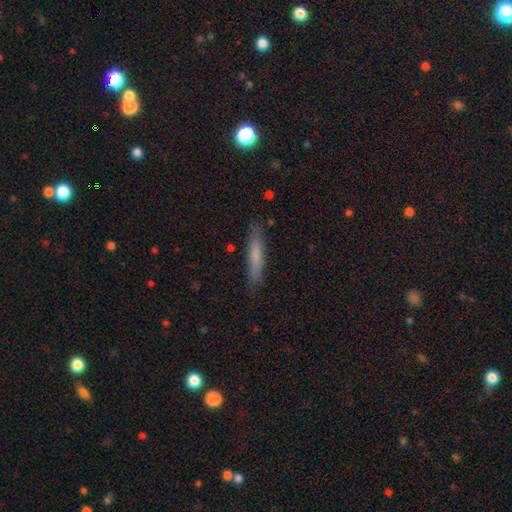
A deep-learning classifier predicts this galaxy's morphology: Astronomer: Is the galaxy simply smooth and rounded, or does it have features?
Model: smooth — 70%.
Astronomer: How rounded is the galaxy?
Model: cigar-shaped — 90%.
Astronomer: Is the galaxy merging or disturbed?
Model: none — 85%.